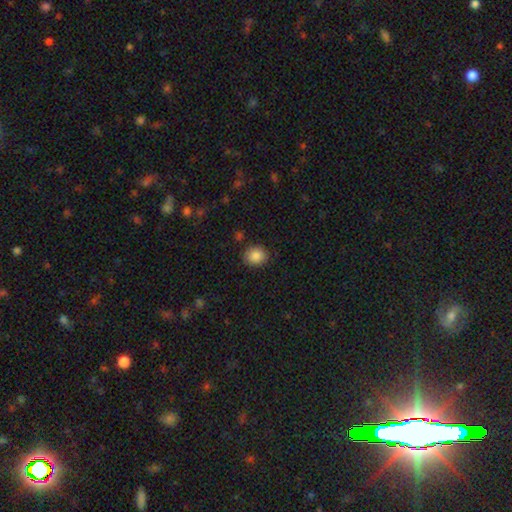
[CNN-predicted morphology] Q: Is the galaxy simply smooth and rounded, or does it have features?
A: smooth — 87%.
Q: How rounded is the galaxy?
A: round — 70%.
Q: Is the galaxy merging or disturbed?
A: none — 87%.